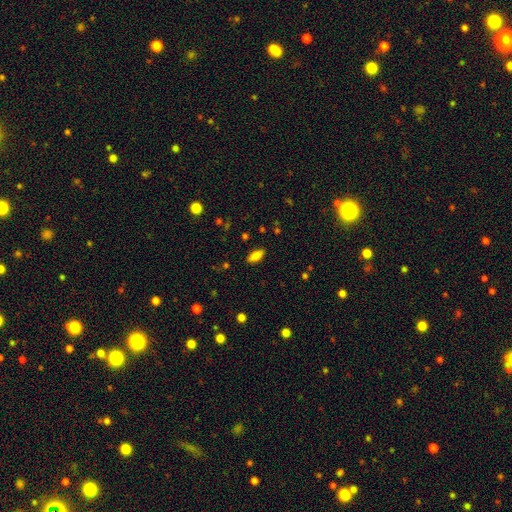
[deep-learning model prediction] smooth-or-featured: smooth: 82% | star or artifact: 9% | featured or disk: 9%
  how-rounded: in between: 86% | cigar-shaped: 12% | round: 3%
  merging: none: 87% | minor disturbance: 10% | major disturbance: 2% | merger: 1%